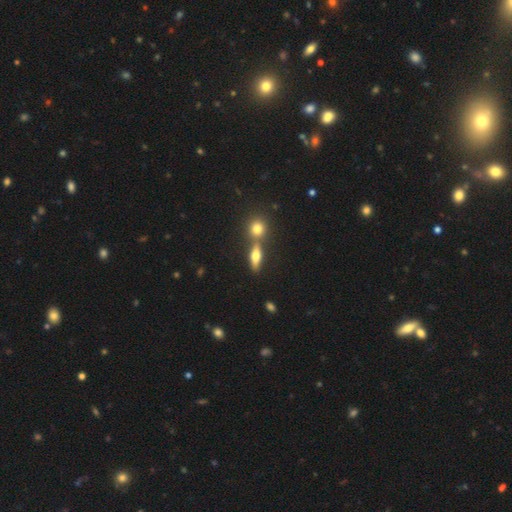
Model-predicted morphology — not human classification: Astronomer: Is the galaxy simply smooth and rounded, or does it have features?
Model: smooth — 55% (runner-up: featured or disk, 34%).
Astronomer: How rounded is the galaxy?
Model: in between — 48% (runner-up: cigar-shaped, 41%).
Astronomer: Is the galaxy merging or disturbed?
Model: none — 61%.